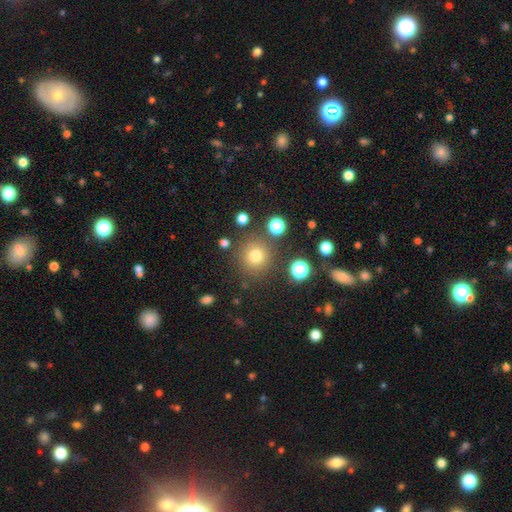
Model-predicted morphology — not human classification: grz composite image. It shows a smooth galaxy with no disk features (75%) that is round (93%). Merging: none (83%).